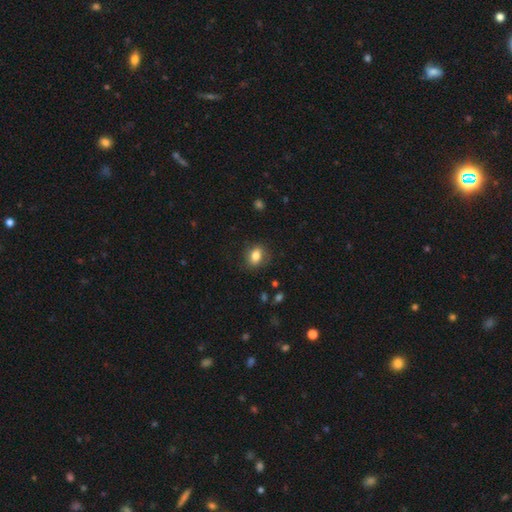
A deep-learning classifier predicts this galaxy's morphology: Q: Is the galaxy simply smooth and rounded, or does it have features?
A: smooth — 82%.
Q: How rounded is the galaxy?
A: in between — 63%.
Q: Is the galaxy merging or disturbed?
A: none — 83%.